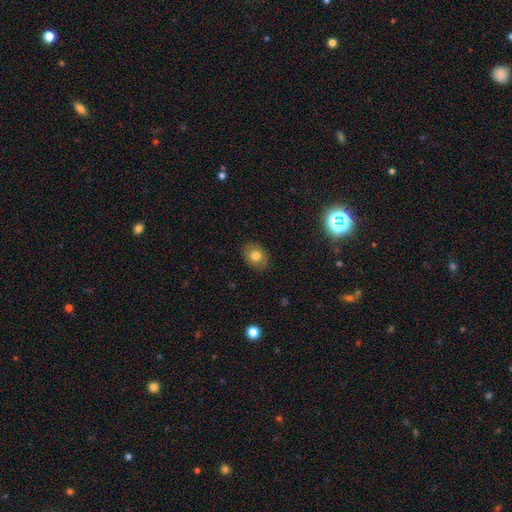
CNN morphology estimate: Smooth or featured? Predicted: smooth (p=0.76). How rounded? Predicted: in between (p=0.70). Merging? Predicted: none (p=0.87).